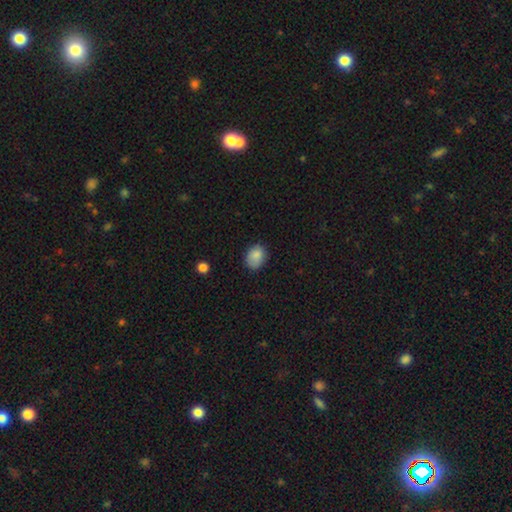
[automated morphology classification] Q: Smooth or featured?
A: smooth (85%); runner-up: star or artifact (9%)
Q: How rounded?
A: in between (60%); runner-up: round (39%)
Q: Merging?
A: none (73%); runner-up: minor disturbance (21%)